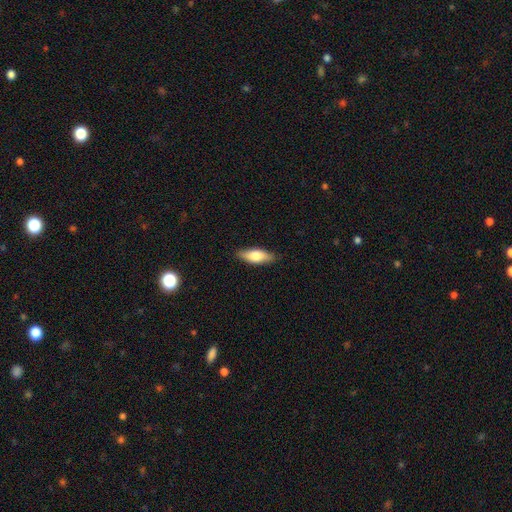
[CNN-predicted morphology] Overall: smooth (69%). How rounded: in between (64%; cigar-shaped 33%). Merging: none (87%).